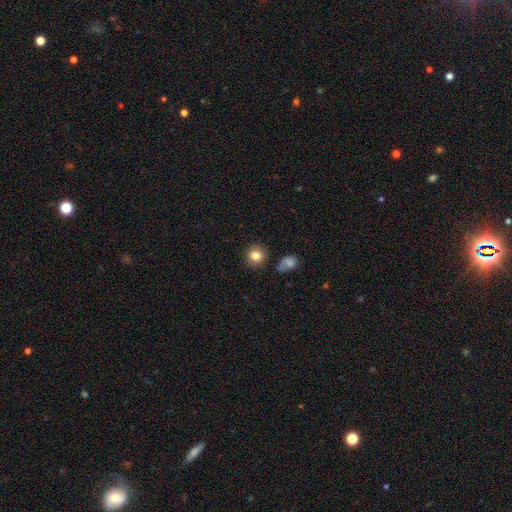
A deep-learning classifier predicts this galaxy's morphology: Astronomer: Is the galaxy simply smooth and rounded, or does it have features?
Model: smooth — 82%.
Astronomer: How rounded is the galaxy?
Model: round — 88%.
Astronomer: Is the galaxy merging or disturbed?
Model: none — 84%.